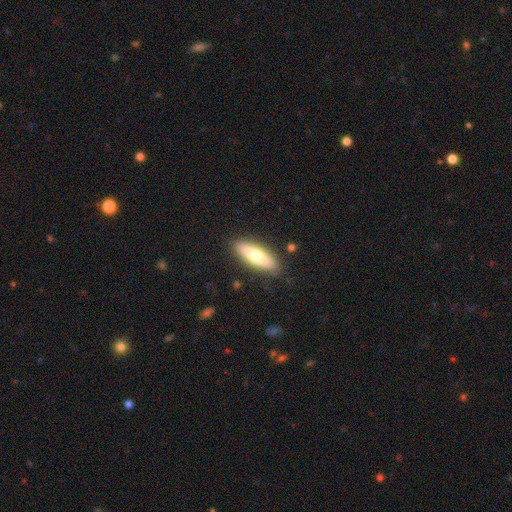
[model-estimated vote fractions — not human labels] Smooth or featured: smooth — 69% (featured or disk — 25%)
How rounded: in between — 58% (cigar-shaped — 40%)
Merging: none — 87% (minor disturbance — 10%)